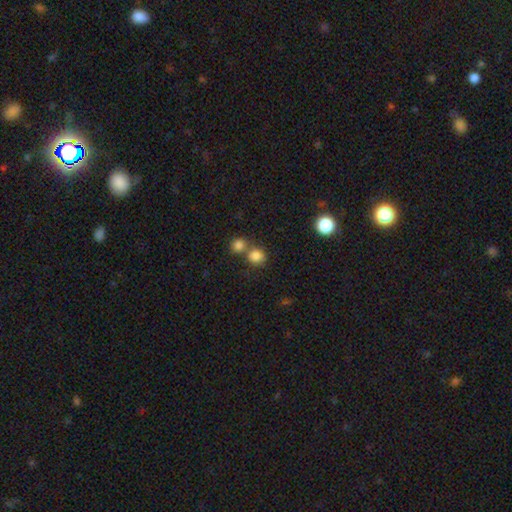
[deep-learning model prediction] smooth_or_featured: smooth (p=0.83) [alt: star or artifact p=0.12]
how_rounded: round (p=0.83) [alt: in between p=0.16]
merging: none (p=0.53) [alt: merger p=0.36]